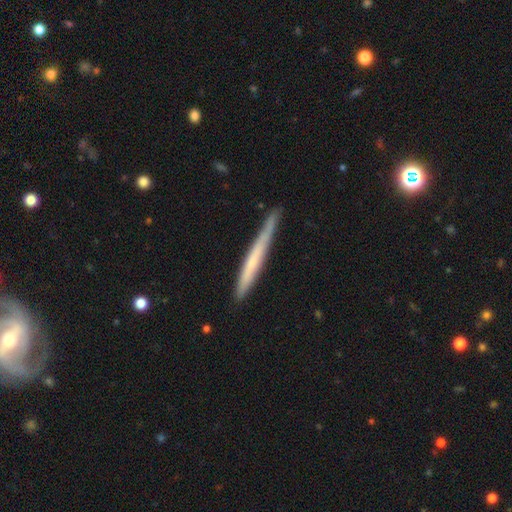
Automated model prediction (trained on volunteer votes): This appears to be a smooth galaxy with no disk features (47%, tied with featured or disk). Merging: none (80%).